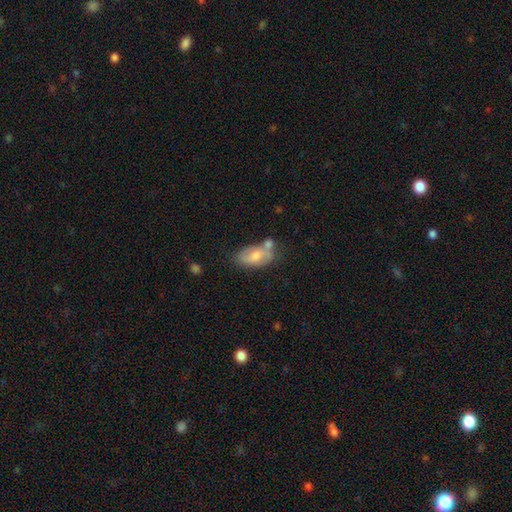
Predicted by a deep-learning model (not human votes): Morphology: type=smooth (61%); roundness=in between (91%); merging=none (44%).